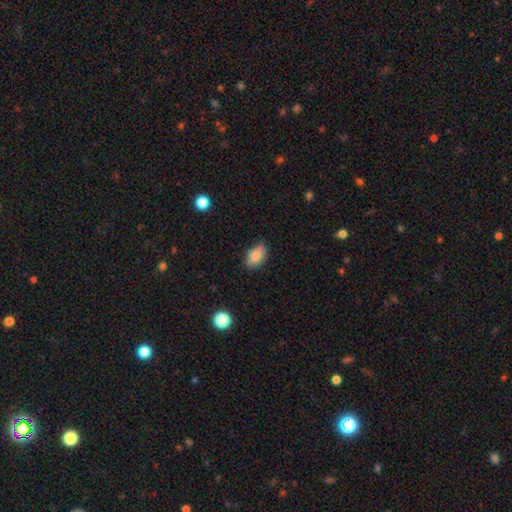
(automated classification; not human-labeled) Smooth or featured? smooth (83%)
How rounded? in between (90%)
Merging? none (79%)